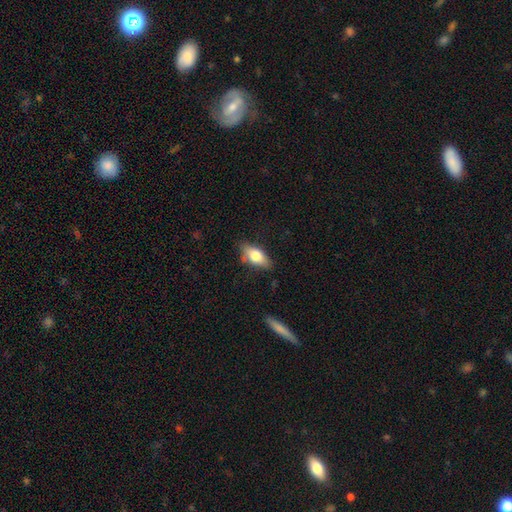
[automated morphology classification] Smooth or featured? Predicted: smooth (p=0.71). How rounded? Predicted: in between (p=0.84). Merging? Predicted: none (p=0.70).